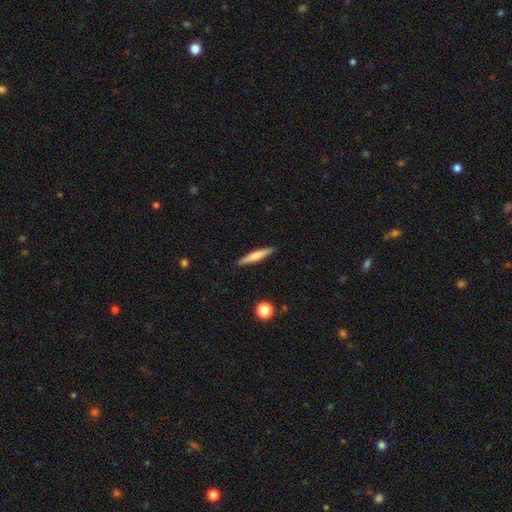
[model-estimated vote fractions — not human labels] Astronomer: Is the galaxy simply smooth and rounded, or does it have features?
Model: smooth — 56% (runner-up: featured or disk, 38%).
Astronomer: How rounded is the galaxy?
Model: cigar-shaped — 91%.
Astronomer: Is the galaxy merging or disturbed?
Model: none — 91%.